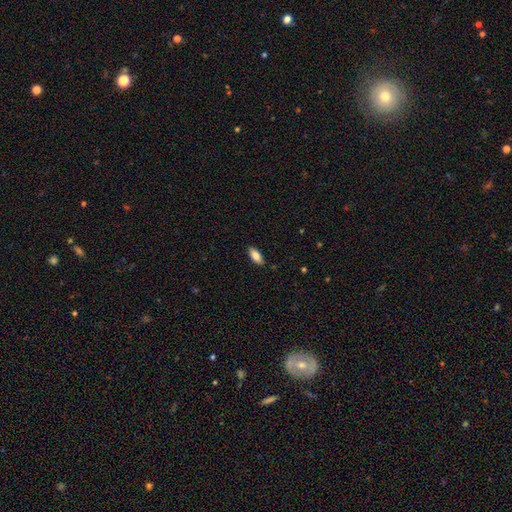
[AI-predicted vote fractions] This appears to be a smooth galaxy with no disk features (82%) that is in between round and cigar-shaped (85%). Merging: none (88%).